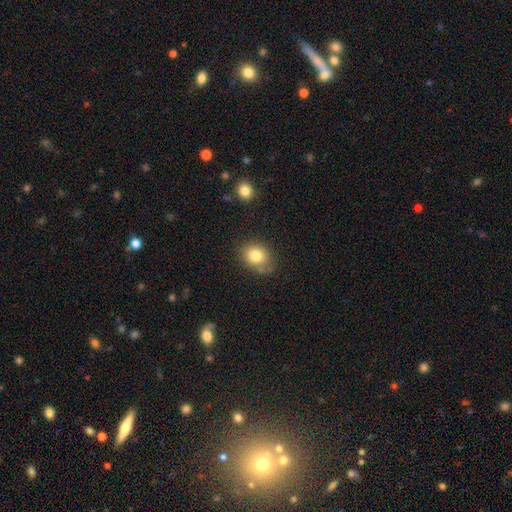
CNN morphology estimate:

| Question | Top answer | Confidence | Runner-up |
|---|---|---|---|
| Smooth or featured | smooth | 82% | star or artifact (10%) |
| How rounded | round | 59% | in between (40%) |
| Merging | none | 71% | minor disturbance (19%) |